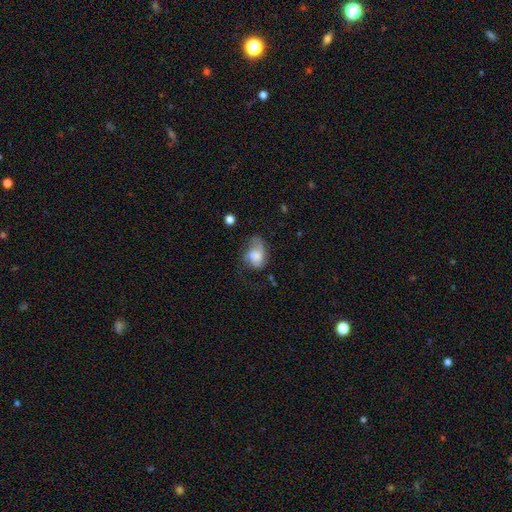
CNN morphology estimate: smooth_or_featured: smooth (p=0.60) [alt: featured or disk p=0.31]
how_rounded: in between (p=0.80) [alt: round p=0.19]
merging: major disturbance (p=0.35) [alt: none p=0.30]